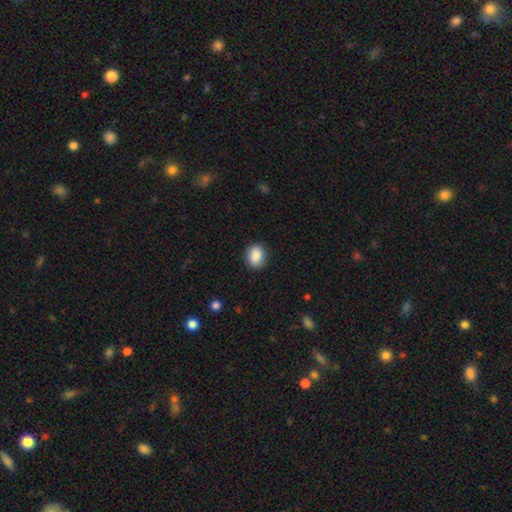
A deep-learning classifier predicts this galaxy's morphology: Q: Smooth or featured?
A: smooth (88%); runner-up: star or artifact (8%)
Q: How rounded?
A: in between (59%); runner-up: round (40%)
Q: Merging?
A: none (87%); runner-up: minor disturbance (10%)